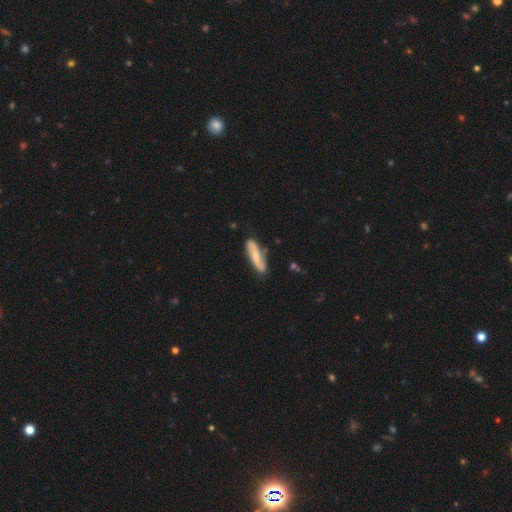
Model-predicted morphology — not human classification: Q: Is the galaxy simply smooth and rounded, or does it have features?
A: featured or disk — 55%.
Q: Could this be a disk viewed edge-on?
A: no — 75%.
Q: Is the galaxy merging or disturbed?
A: none — 79%.